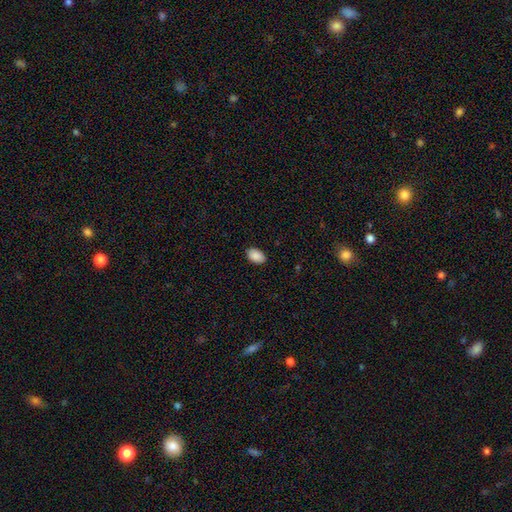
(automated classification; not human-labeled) Morphology: type=smooth (90%); roundness=in between (91%); merging=none (88%).